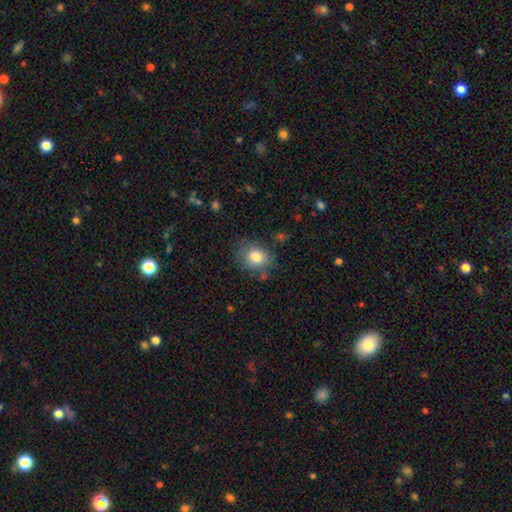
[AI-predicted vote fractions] Q: Smooth or featured?
A: smooth (81%); runner-up: featured or disk (10%)
Q: How rounded?
A: round (62%); runner-up: in between (37%)
Q: Merging?
A: none (74%); runner-up: minor disturbance (18%)